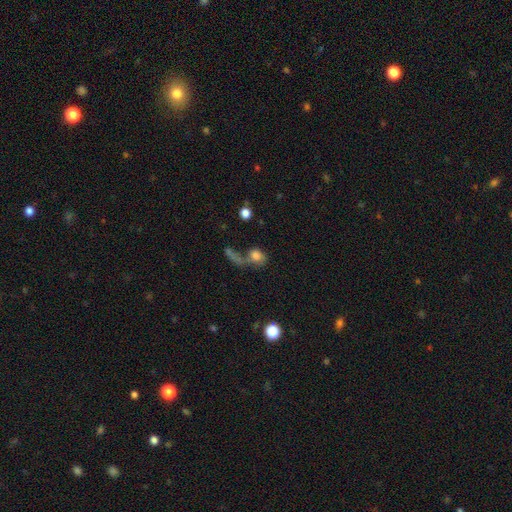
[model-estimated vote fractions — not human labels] Morphology: type=smooth (68%); roundness=round (54%); merging=merger (32%).